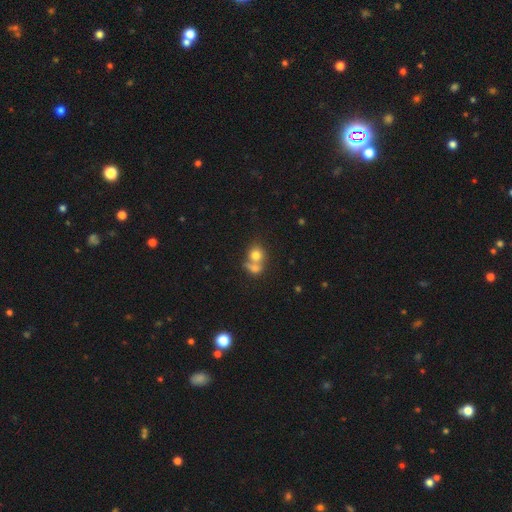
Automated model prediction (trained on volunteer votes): Q: Smooth or featured?
A: smooth (76%); runner-up: featured or disk (14%)
Q: How rounded?
A: round (70%); runner-up: in between (29%)
Q: Merging?
A: merger (57%); runner-up: none (31%)